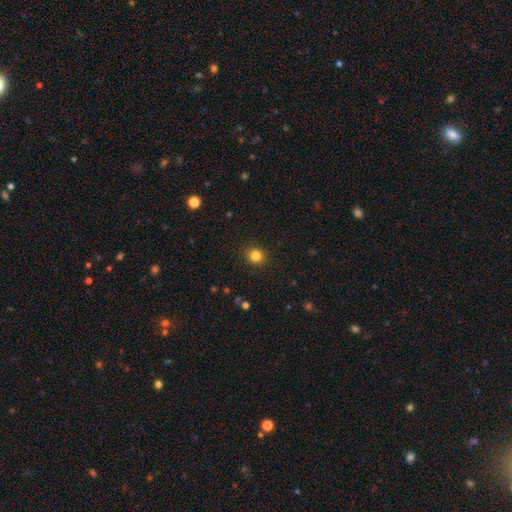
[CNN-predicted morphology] type=smooth (83%); roundness=round (84%); merging=none (90%).